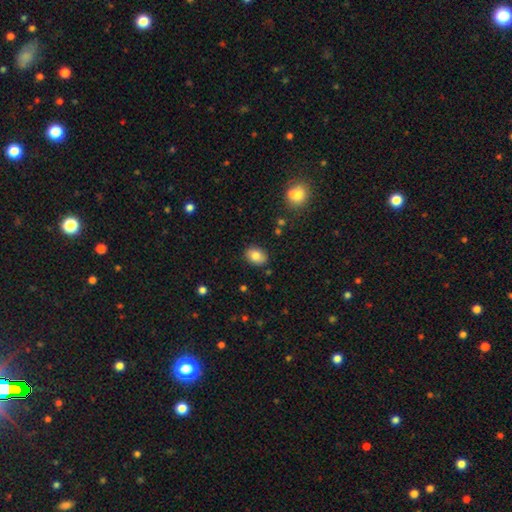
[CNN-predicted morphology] smooth_or_featured: smooth (p=0.84) [alt: star or artifact p=0.09]
how_rounded: in between (p=0.69) [alt: round p=0.30]
merging: none (p=0.86) [alt: minor disturbance p=0.10]